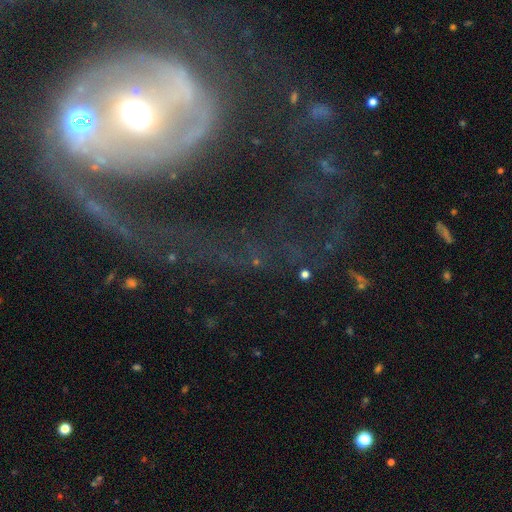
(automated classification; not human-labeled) Smooth or featured?
  - featured or disk: 78% *
  - smooth: 12%
  - star or artifact: 10%
Edge-on disk?
  - no: 95% *
  - yes: 5%
Bar?
  - no: 55% *
  - weak: 27%
  - strong: 19%
Spiral arms?
  - yes: 77% *
  - no: 23%
Spiral winding?
  - loose: 39% *
  - medium: 36%
  - tight: 25%
Spiral arm count?
  - 2: 48% *
  - 1: 20%
  - can't tell: 18%
  - 3: 6%
  - 4: 4%
  - more than 4: 4%
Bulge size?
  - moderate: 64% *
  - small: 21%
  - large: 10%
  - dominant: 3%
  - none: 2%
Merging?
  - major disturbance: 42% *
  - none: 30%
  - merger: 15%
  - minor disturbance: 13%